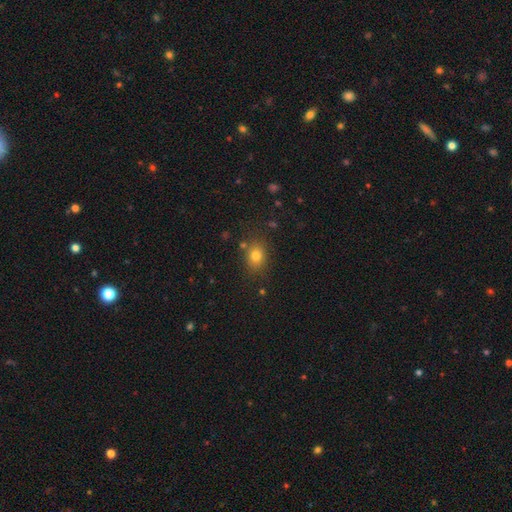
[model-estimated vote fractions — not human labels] Smooth or featured? Predicted: smooth (p=0.78). How rounded? Predicted: in between (p=0.54). Merging? Predicted: none (p=0.80).